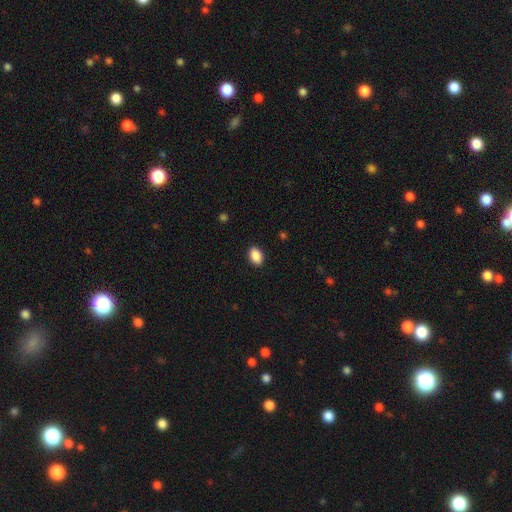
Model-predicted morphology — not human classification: Overall: smooth (90%). How rounded: in between (87%). Merging: none (89%).